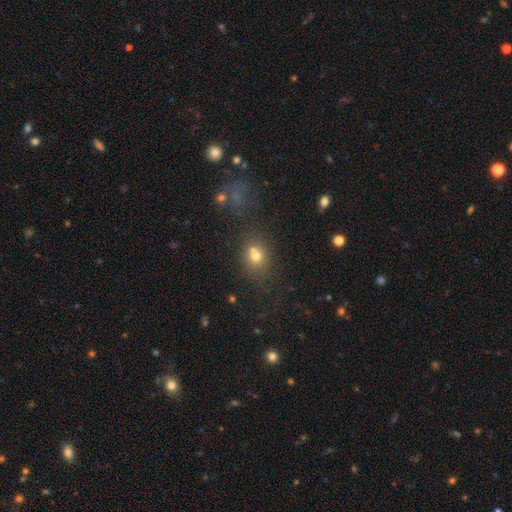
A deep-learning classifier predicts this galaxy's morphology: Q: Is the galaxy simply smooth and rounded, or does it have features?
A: smooth — 68%.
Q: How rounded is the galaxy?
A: round — 64%.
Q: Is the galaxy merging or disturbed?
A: none — 48%.